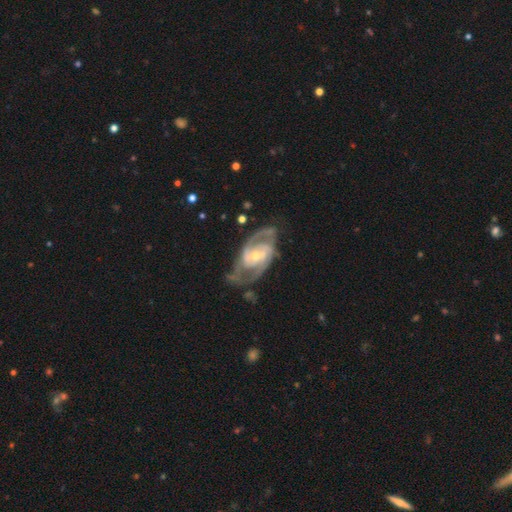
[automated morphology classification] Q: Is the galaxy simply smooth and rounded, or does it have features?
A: featured or disk — 91%.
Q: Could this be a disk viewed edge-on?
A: no — 97%.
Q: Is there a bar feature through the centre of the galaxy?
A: no — 43%.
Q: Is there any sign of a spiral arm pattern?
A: yes — 97%.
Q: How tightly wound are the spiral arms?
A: medium — 49%.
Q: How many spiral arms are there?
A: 2 — 70%.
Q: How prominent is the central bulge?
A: small — 48%.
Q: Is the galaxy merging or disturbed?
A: none — 63%.